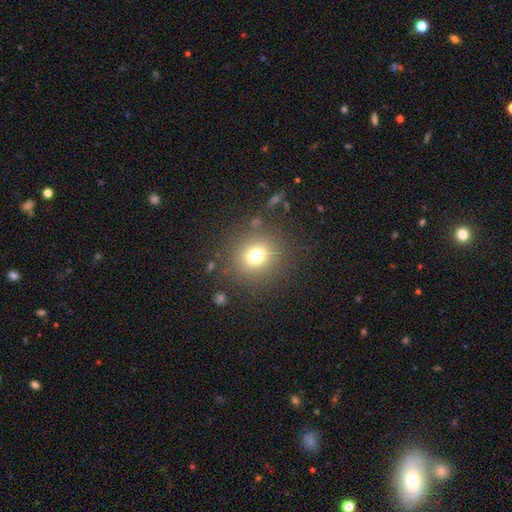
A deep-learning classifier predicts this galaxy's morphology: smooth-or-featured: smooth: 73% | star or artifact: 16% | featured or disk: 11%
  how-rounded: round: 85% | in between: 14% | cigar-shaped: 1%
  merging: none: 84% | minor disturbance: 8% | major disturbance: 5% | merger: 3%